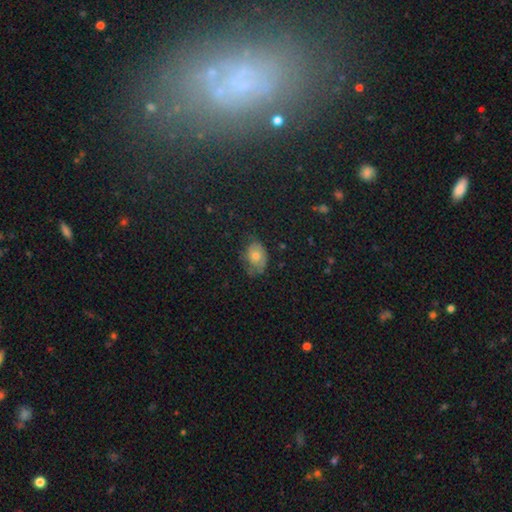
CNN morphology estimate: Overall: smooth (66%). How rounded: in between (73%). Merging: none (50%; minor disturbance 33%).